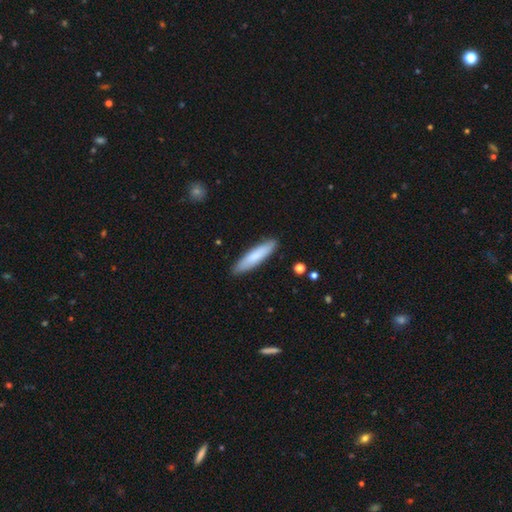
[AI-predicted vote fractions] Smooth or featured? Predicted: smooth (p=0.80). How rounded? Predicted: cigar-shaped (p=0.81). Merging? Predicted: none (p=0.89).